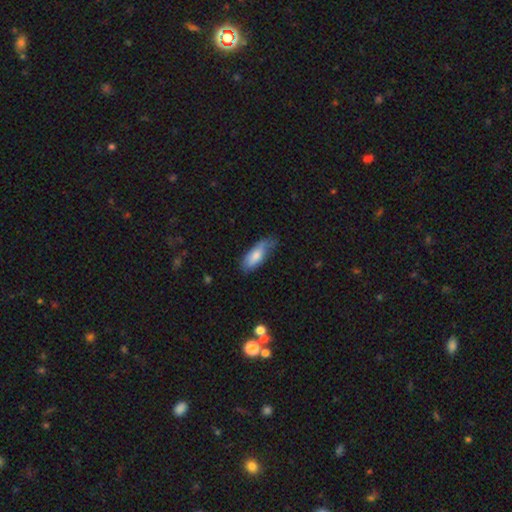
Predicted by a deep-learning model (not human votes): A smooth galaxy with no disk features (73%) that is in between round and cigar-shaped (69%). Merging: none (50%).